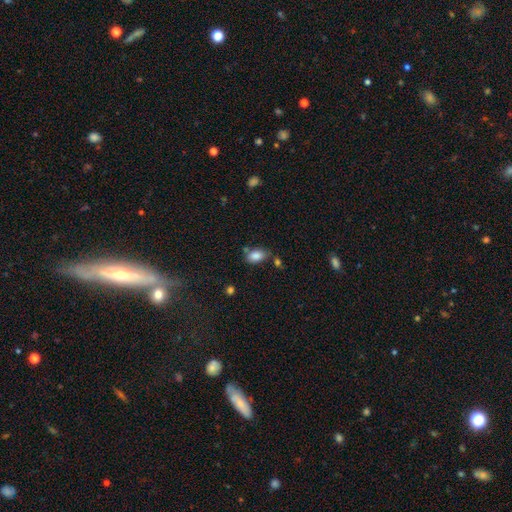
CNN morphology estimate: type=smooth (85%); roundness=in between (89%); merging=none (64%).